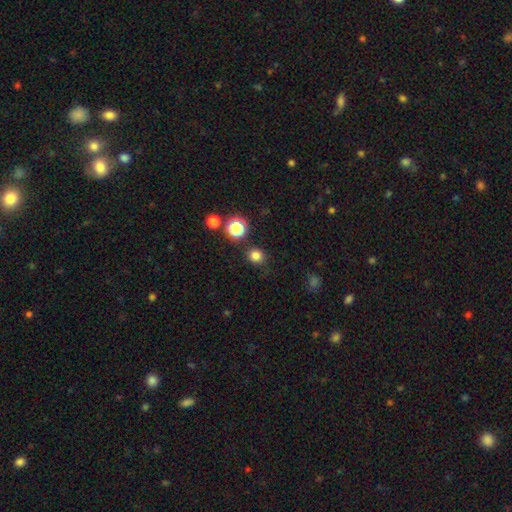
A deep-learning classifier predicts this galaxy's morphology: This is likely a smooth galaxy (79%). How rounded: clearly round (86%). Merging: clearly none (84%).